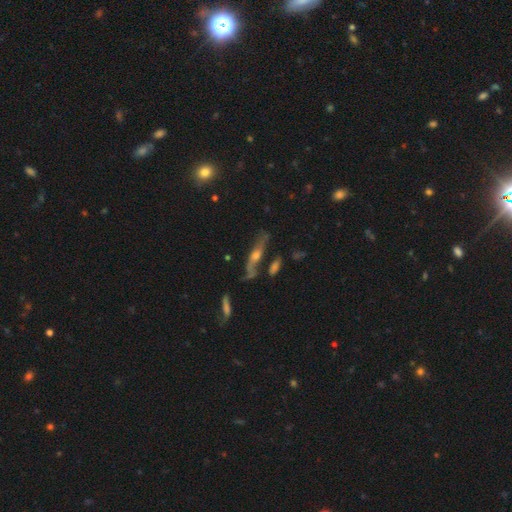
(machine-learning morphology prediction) This is likely a featured or disk galaxy (67%). It is likely viewed edge-on (77%). Edge-on bulge: clearly rounded (87%). Merging: likely none (66%).